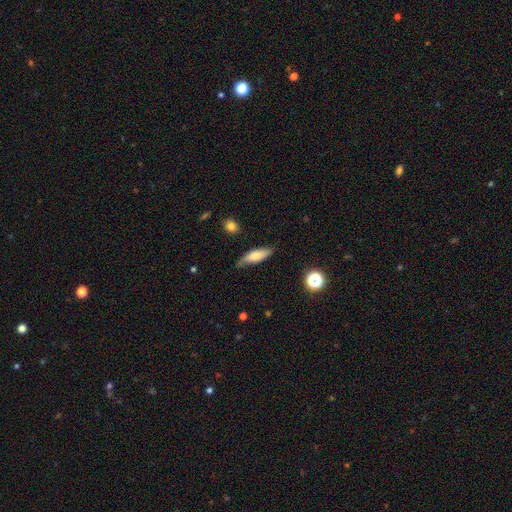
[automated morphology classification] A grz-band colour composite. It shows a smooth galaxy with no disk features (67%) that is cigar-shaped (52%). Merging: none (72%).